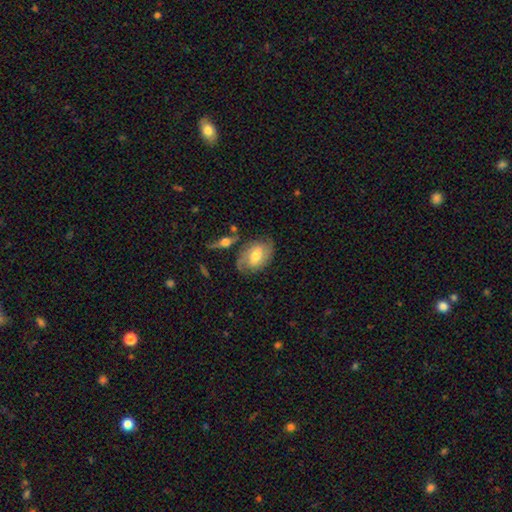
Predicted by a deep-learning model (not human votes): Smooth or featured? Predicted: featured or disk (p=0.55). Edge-on disk? Predicted: no (p=0.92). Bar? Predicted: no (p=0.45). Spiral arms? Predicted: yes (p=0.80). Bulge size? Predicted: moderate (p=0.69). Merging? Predicted: none (p=0.69).